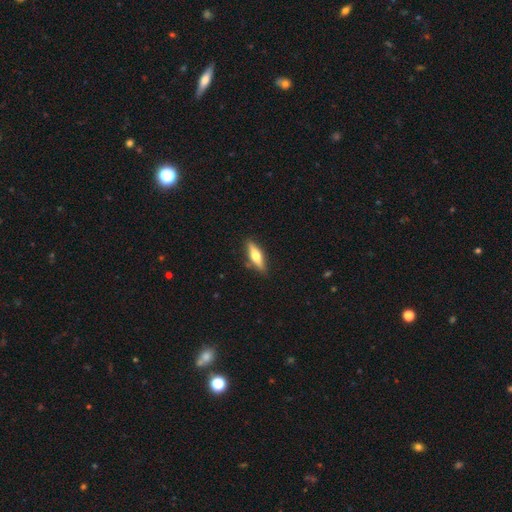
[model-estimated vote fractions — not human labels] Morphology: type=smooth (52%); roundness=cigar-shaped (60%); merging=none (85%).